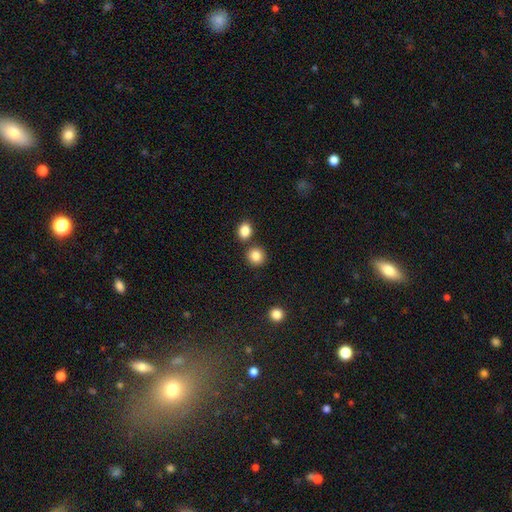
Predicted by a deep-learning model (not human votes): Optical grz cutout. It shows a smooth galaxy with no disk features (86%) that is round (86%). Merging: none (78%).